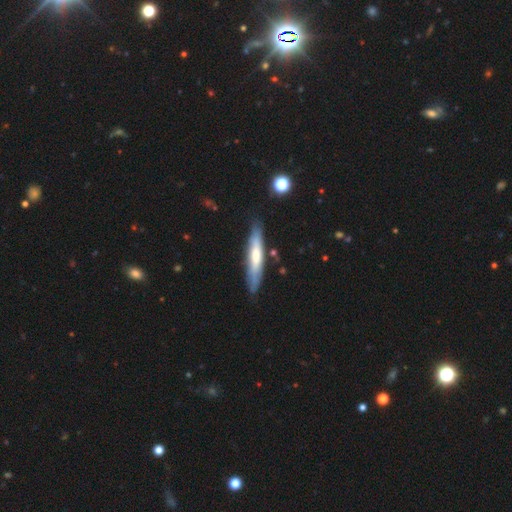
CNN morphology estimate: Smooth or featured? smooth (49%)
Merging? none (81%)